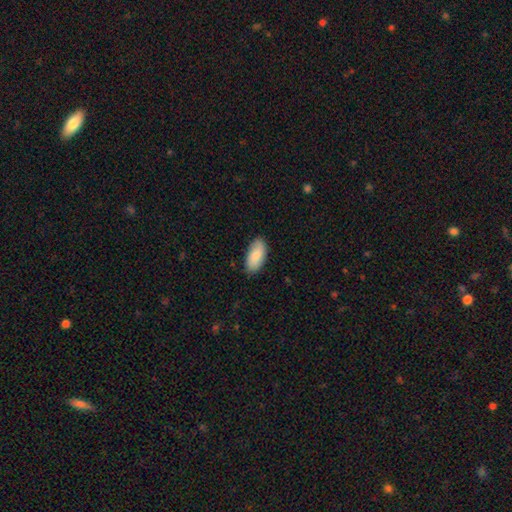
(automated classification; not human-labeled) Smooth or featured? smooth (84%)
How rounded? in between (94%)
Merging? none (83%)